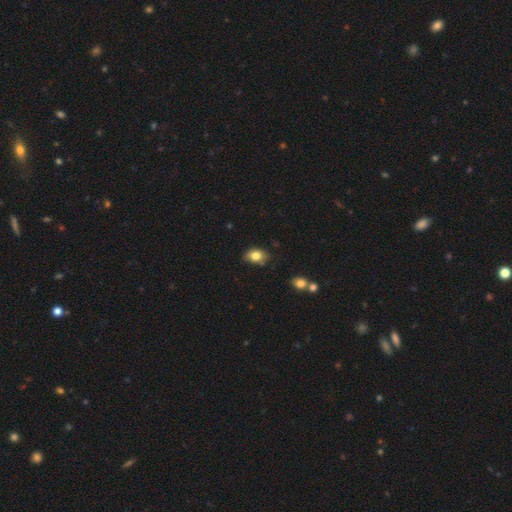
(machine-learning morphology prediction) smooth_or_featured: smooth (p=0.81) [alt: featured or disk p=0.10]
how_rounded: in between (p=0.76) [alt: round p=0.22]
merging: none (p=0.70) [alt: minor disturbance p=0.23]